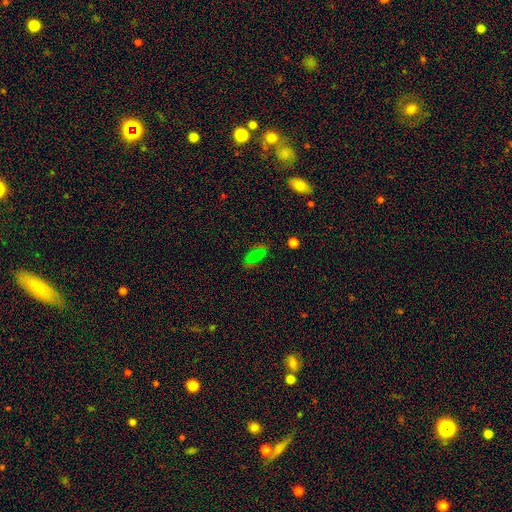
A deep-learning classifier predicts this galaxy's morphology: smooth-or-featured: smooth: 57% | featured or disk: 28% | star or artifact: 15%
  how-rounded: in between: 83% | cigar-shaped: 11% | round: 5%
  merging: none: 74% | minor disturbance: 17% | major disturbance: 6% | merger: 2%